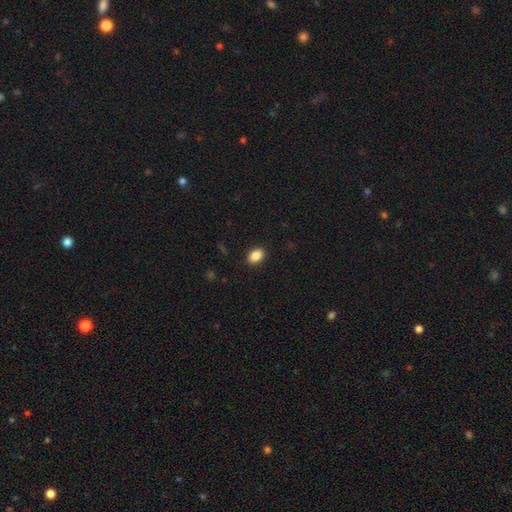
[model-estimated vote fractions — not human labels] A smooth galaxy with no disk features (87%) that is in between round and cigar-shaped (76%).

Vote fractions:
- Smooth or featured? smooth: 87% / star or artifact: 9% / featured or disk: 4%
- How rounded? in between: 76% / round: 23% / cigar-shaped: 1%
- Merging? none: 91% / minor disturbance: 7% / major disturbance: 2% / merger: 1%